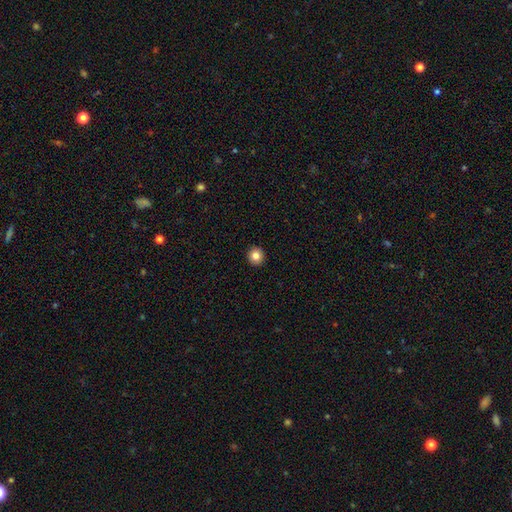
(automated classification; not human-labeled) Morphology: type=smooth (84%); roundness=round (92%); merging=none (94%).